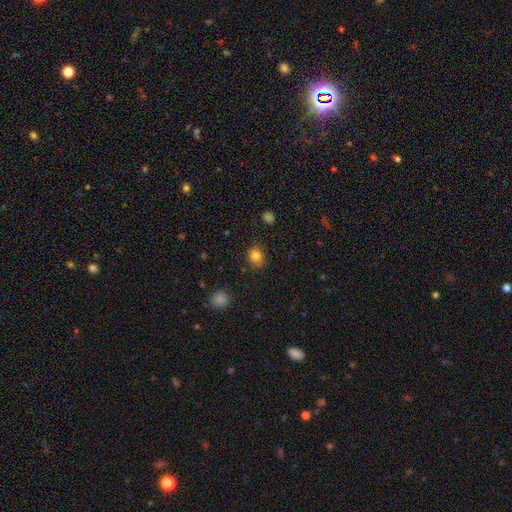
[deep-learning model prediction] Q: Smooth or featured?
A: smooth (83%); runner-up: star or artifact (11%)
Q: How rounded?
A: round (79%); runner-up: in between (20%)
Q: Merging?
A: none (85%); runner-up: minor disturbance (10%)